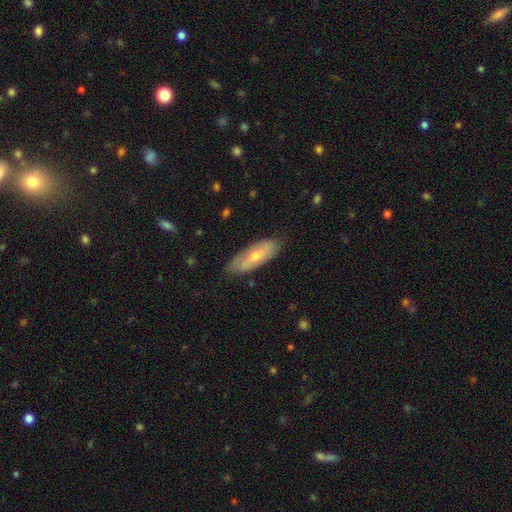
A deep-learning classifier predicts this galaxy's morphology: Q: Smooth or featured?
A: featured or disk (47%); tied with: smooth (47%)
Q: Merging?
A: none (79%); runner-up: minor disturbance (17%)